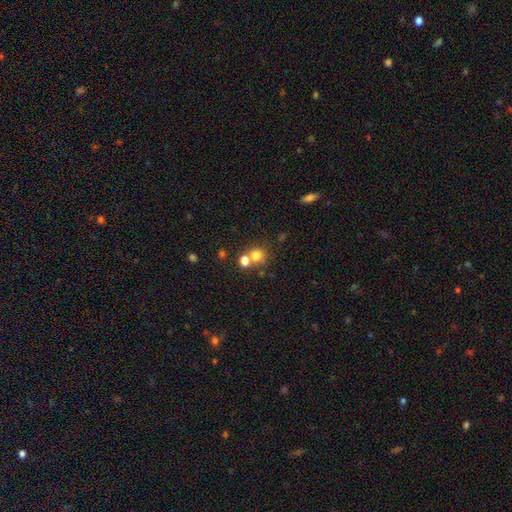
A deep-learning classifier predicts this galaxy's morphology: A smooth galaxy with no disk features (75%) that is round (84%). Merging: none (54%).